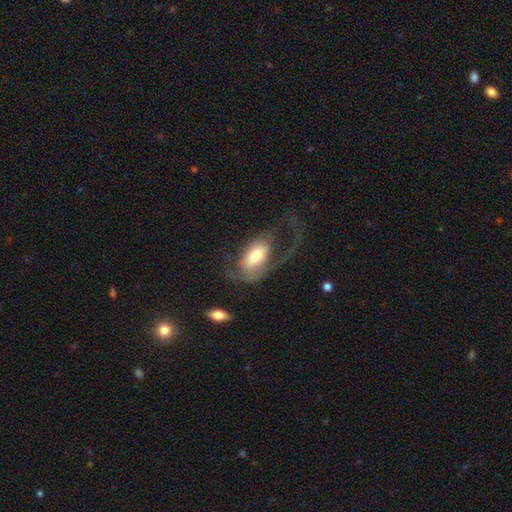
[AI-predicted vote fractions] Smooth or featured? Predicted: featured or disk (p=0.56). Edge-on disk? Predicted: no (p=0.92). Bar? Predicted: no (p=0.50). Spiral arms? Predicted: yes (p=0.71). Bulge size? Predicted: moderate (p=0.54). Merging? Predicted: major disturbance (p=0.56).